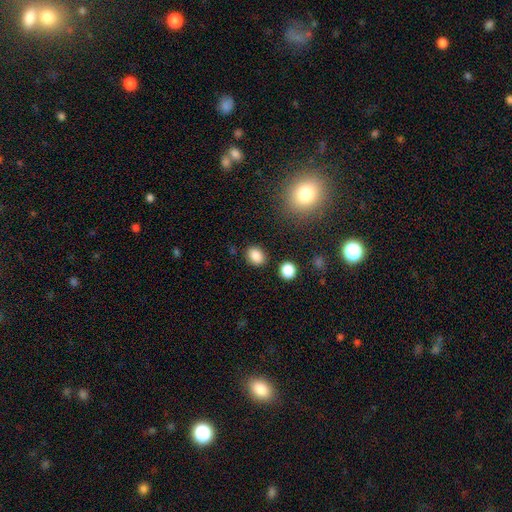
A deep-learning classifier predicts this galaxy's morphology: This appears to be a smooth galaxy with no disk features (85%) that is in between round and cigar-shaped (57%). Merging: none (85%).